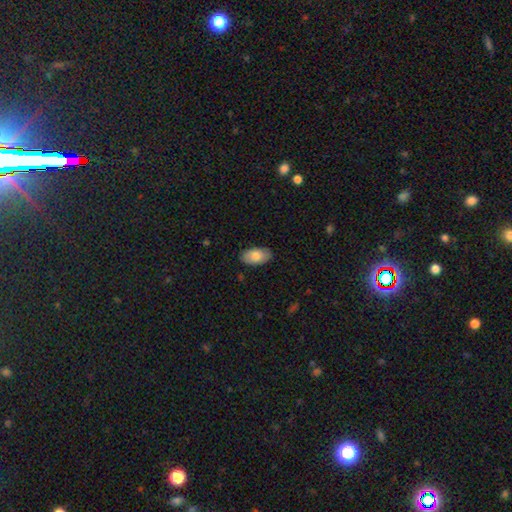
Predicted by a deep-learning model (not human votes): This appears to be a smooth galaxy with no disk features (80%) that is in between round and cigar-shaped (95%). Merging: none (86%).